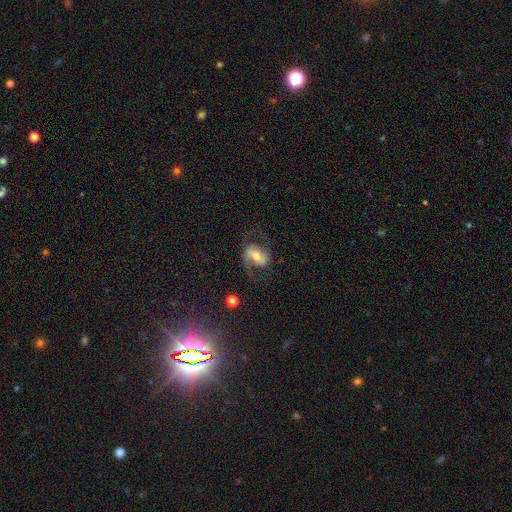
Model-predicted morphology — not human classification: Overall: featured or disk (77%). Edge-on disk: no (97%). Bar: weak (39%; no 34%). Spiral arms: yes (93%). Spiral arm count: 2 (89%). Spiral winding: medium (46%; loose 43%). Bulge size: moderate (63%; small 27%). Merging: none (67%).